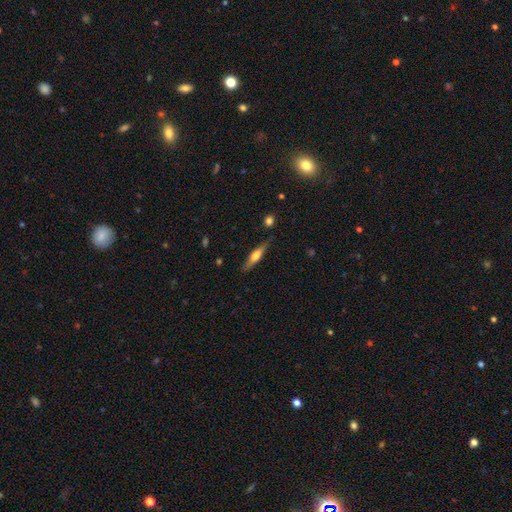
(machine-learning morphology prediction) This appears to be a featured or disk galaxy (50%) viewed edge-on (93%). Merging: none (83%).